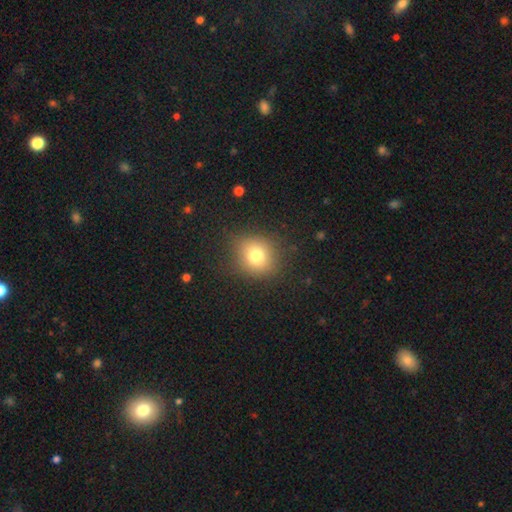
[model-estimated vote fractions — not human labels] Smooth or featured? smooth (76%)
How rounded? round (80%)
Merging? none (84%)